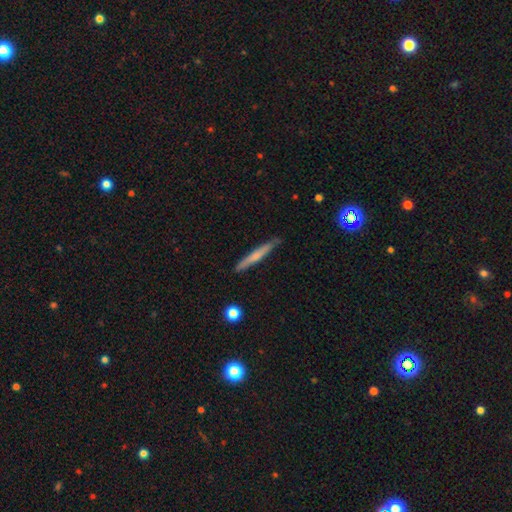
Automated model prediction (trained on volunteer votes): This appears to be a smooth galaxy with no disk features (54%) that is cigar-shaped (96%). Merging: none (86%).